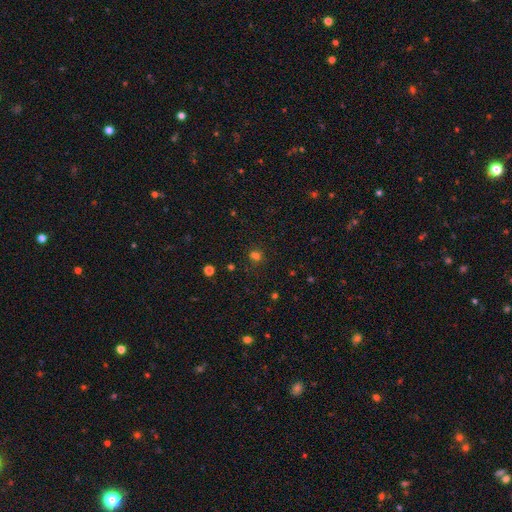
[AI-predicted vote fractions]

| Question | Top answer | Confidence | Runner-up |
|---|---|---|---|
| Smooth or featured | smooth | 65% | star or artifact (28%) |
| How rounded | round | 73% | in between (26%) |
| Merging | none | 70% | merger (14%) |